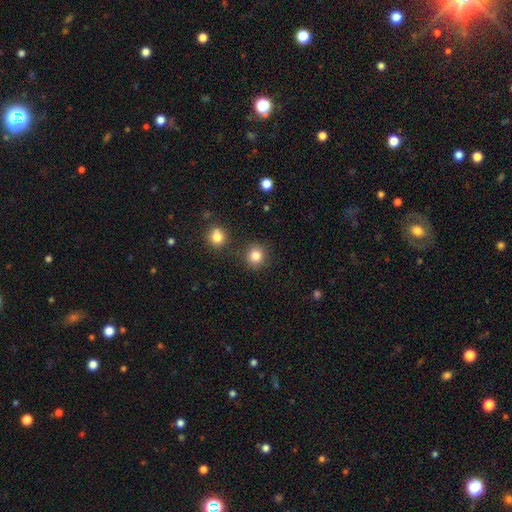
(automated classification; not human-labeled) Smooth or featured: smooth — 83% (star or artifact — 11%)
How rounded: round — 90% (in between — 9%)
Merging: none — 86% (minor disturbance — 7%)